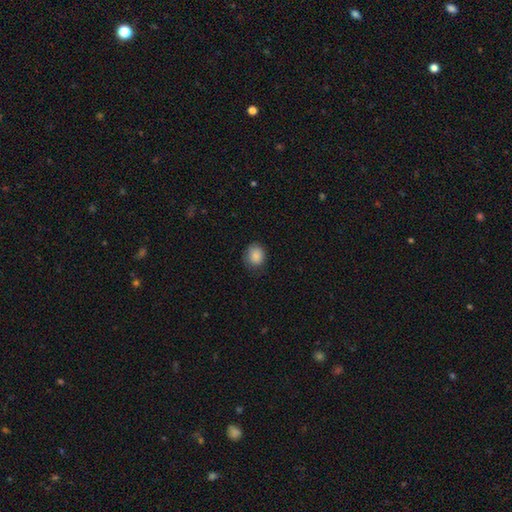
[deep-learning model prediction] smooth_or_featured: smooth (p=0.88) [alt: star or artifact p=0.08]
how_rounded: round (p=0.62) [alt: in between p=0.37]
merging: none (p=0.78) [alt: minor disturbance p=0.18]